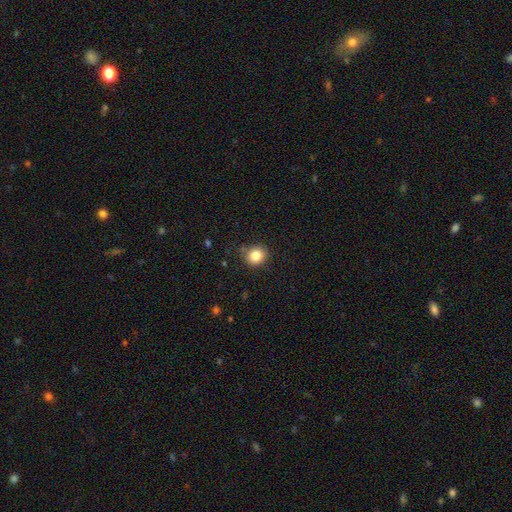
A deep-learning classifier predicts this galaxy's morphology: Smooth or featured? Predicted: smooth (p=0.84). How rounded? Predicted: round (p=0.81). Merging? Predicted: none (p=0.81).